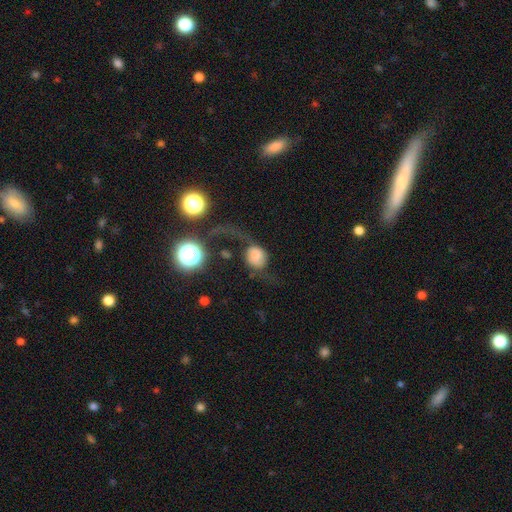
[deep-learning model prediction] This appears to be a smooth galaxy with no disk features (61%) that is round (67%). Merging: major disturbance (39%).